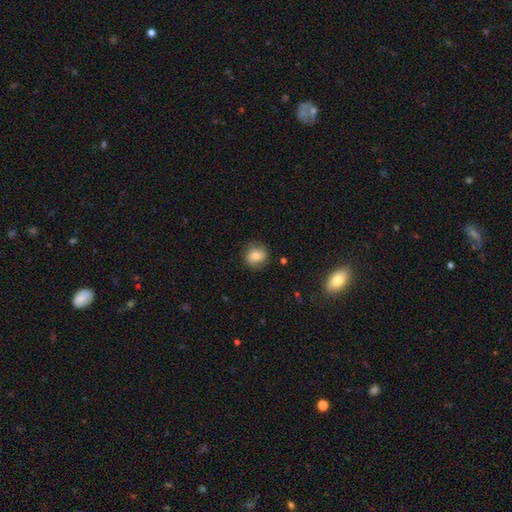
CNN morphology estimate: This is likely a smooth galaxy (75%). How rounded: likely round (76%). Merging: likely none (80%).